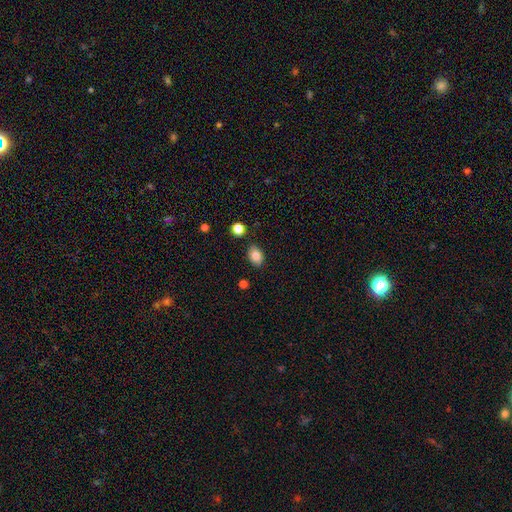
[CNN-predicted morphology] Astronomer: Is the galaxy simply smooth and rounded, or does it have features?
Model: smooth — 84%.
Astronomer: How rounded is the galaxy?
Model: in between — 81%.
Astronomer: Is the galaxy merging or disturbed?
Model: none — 84%.